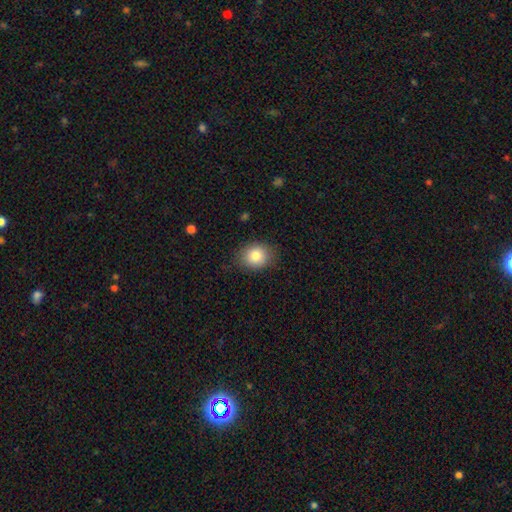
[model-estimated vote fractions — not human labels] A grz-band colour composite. It shows a smooth galaxy with no disk features (83%) that is round (59%). Merging: none (83%).